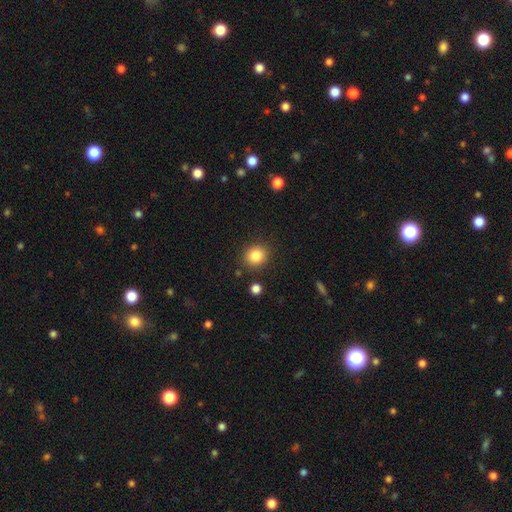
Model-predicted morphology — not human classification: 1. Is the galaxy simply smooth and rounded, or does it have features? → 85% smooth, 10% star or artifact, 5% featured or disk.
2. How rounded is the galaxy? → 83% round, 16% in between, 1% cigar-shaped.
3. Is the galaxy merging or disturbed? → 87% none, 8% minor disturbance, 3% major disturbance, 3% merger.